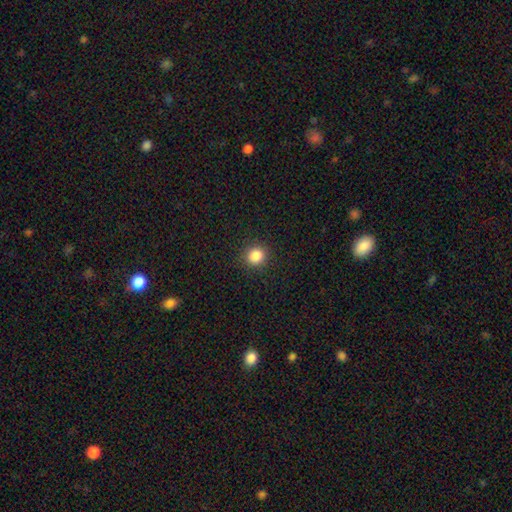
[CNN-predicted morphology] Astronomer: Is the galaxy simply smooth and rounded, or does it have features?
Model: smooth — 85%.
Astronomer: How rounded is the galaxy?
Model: round — 85%.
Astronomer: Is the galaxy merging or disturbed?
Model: none — 91%.